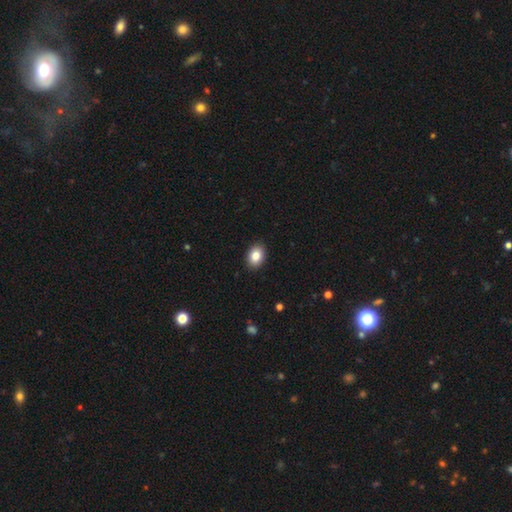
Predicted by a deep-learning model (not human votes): A smooth galaxy with no disk features (85%) that is in between round and cigar-shaped (77%).

Vote fractions:
- Smooth or featured? smooth: 85% / star or artifact: 8% / featured or disk: 6%
- How rounded? in between: 77% / round: 22% / cigar-shaped: 1%
- Merging? none: 90% / minor disturbance: 7% / major disturbance: 2% / merger: 1%